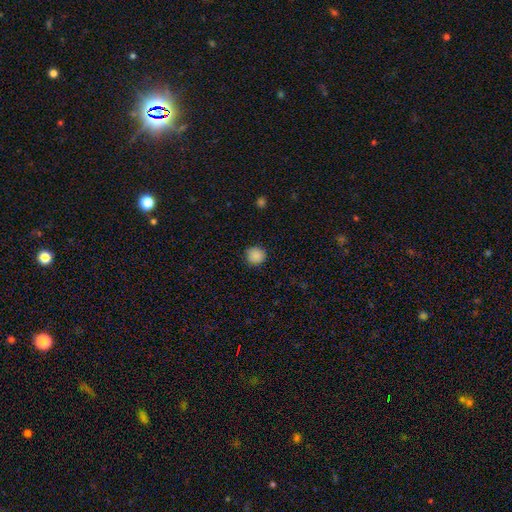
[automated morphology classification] This appears to be a smooth galaxy with no disk features (87%) that is round (90%). Merging: none (87%).